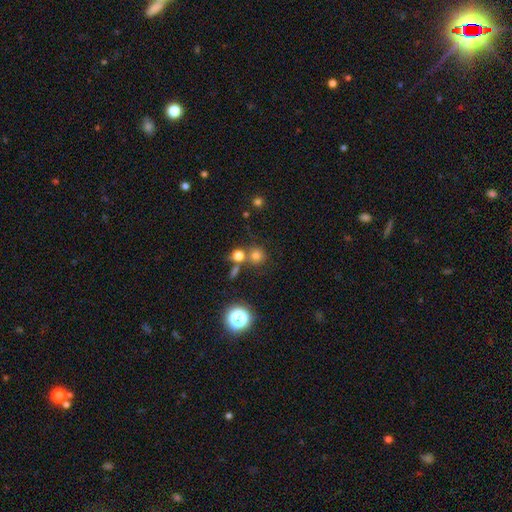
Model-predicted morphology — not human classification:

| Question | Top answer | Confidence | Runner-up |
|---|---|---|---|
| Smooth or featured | smooth | 71% | star or artifact (20%) |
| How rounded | round | 90% | in between (9%) |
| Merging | none | 66% | merger (22%) |